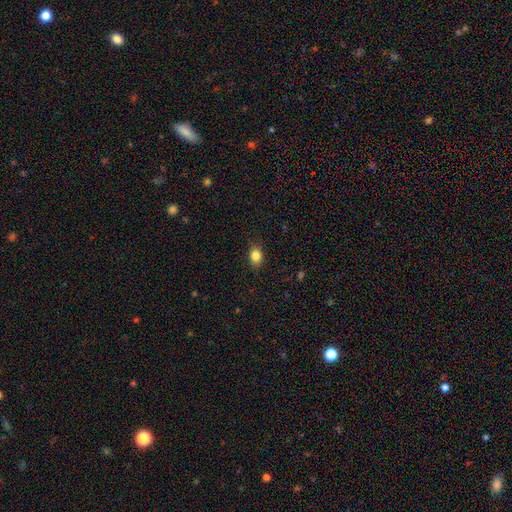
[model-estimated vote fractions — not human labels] This is clearly a smooth galaxy (84%). How rounded: likely in between (62%). Merging: clearly none (84%).